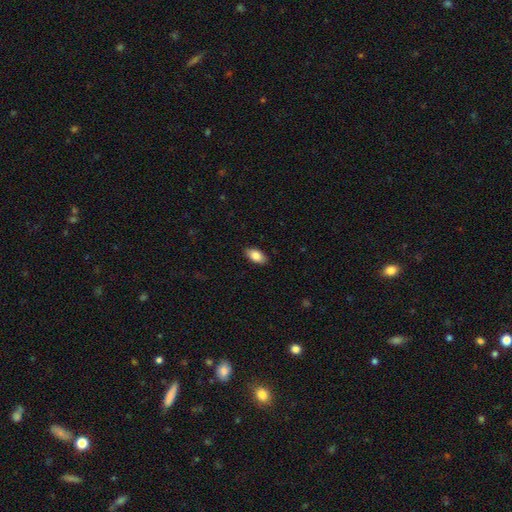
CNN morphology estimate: Smooth or featured? Predicted: smooth (p=0.84). How rounded? Predicted: in between (p=0.92). Merging? Predicted: none (p=0.88).